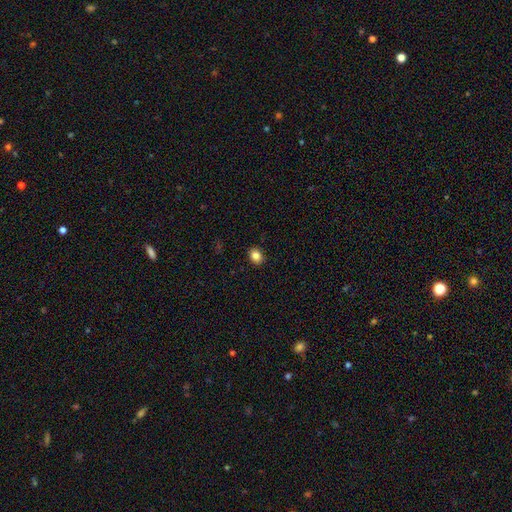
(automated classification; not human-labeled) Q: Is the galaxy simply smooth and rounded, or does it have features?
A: smooth — 84%.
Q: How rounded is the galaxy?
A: round — 52%.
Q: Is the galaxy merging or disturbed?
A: none — 91%.